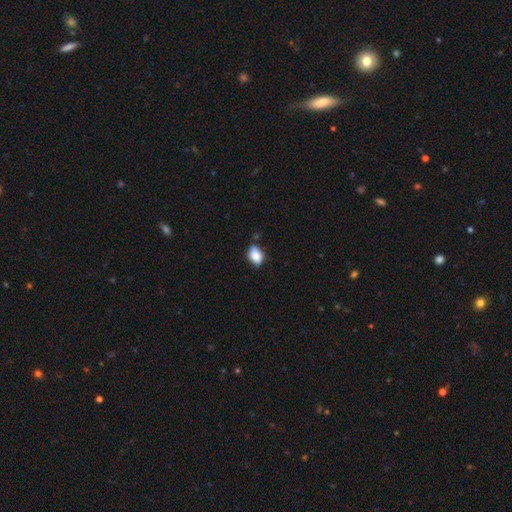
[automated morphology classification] The model was most divided on "merging": none: 62%, minor disturbance: 28%, major disturbance: 5%, merger: 5%. More confident: smooth or featured — smooth (85%); how rounded — in between (84%).